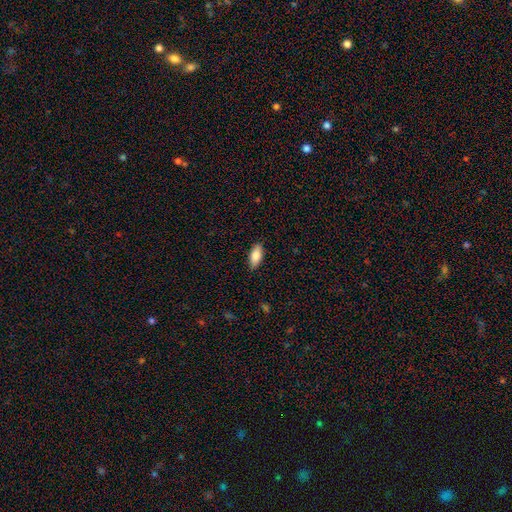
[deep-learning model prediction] smooth_or_featured: smooth (p=0.83) [alt: featured or disk p=0.10]
how_rounded: in between (p=0.86) [alt: cigar-shaped p=0.11]
merging: none (p=0.87) [alt: minor disturbance p=0.10]